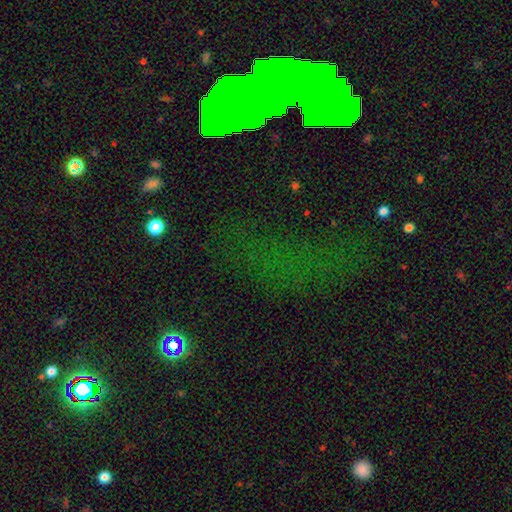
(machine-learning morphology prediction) A star or artifact, not a galaxy (50%).

Vote fractions:
- Smooth or featured? star or artifact: 50% / featured or disk: 27% / smooth: 22%